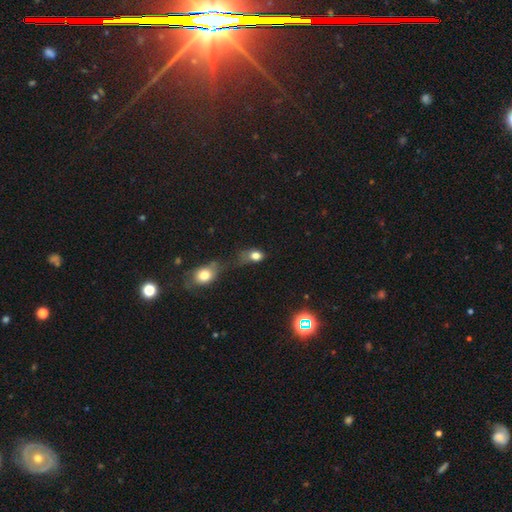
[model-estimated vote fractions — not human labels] Q: Smooth or featured?
A: smooth (76%); runner-up: star or artifact (13%)
Q: How rounded?
A: in between (63%); runner-up: round (34%)
Q: Merging?
A: none (33%); runner-up: merger (25%)